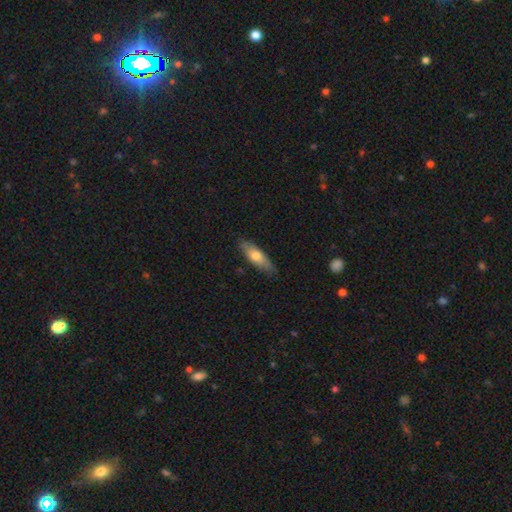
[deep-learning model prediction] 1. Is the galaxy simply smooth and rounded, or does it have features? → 64% smooth, 30% featured or disk, 6% star or artifact.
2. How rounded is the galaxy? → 57% in between, 40% cigar-shaped, 2% round.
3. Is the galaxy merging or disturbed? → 79% none, 18% minor disturbance, 3% major disturbance, 1% merger.